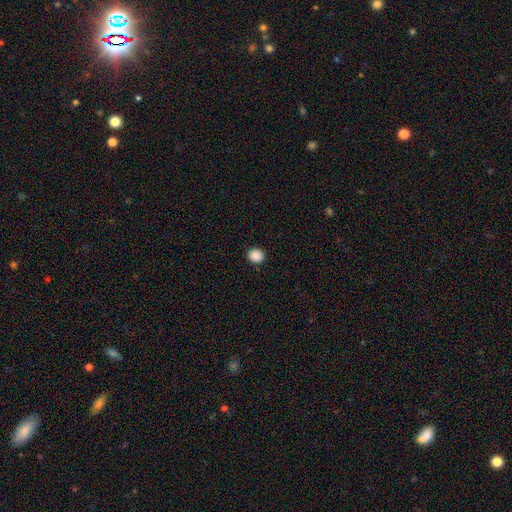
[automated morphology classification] smooth_or_featured: smooth (p=0.89) [alt: star or artifact p=0.09]
how_rounded: round (p=0.79) [alt: in between p=0.20]
merging: none (p=0.92) [alt: minor disturbance p=0.05]